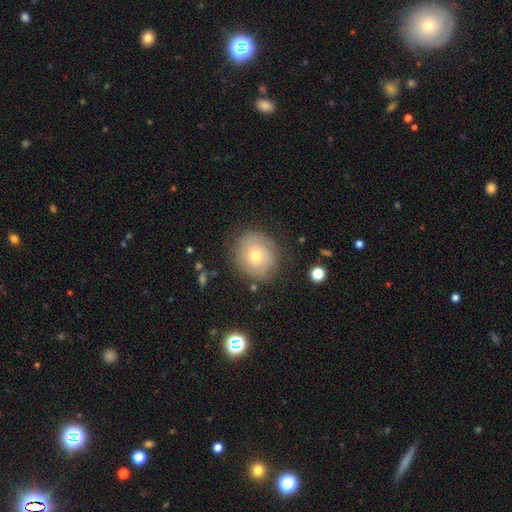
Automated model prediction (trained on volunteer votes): Smooth or featured?
  - featured or disk: 53% *
  - smooth: 38%
  - star or artifact: 9%
Edge-on disk?
  - no: 97% *
  - yes: 3%
Bar?
  - no: 82% *
  - weak: 15%
  - strong: 3%
Spiral arms?
  - yes: 76% *
  - no: 24%
Bulge size?
  - moderate: 55% *
  - small: 40%
  - large: 2%
  - none: 1%
  - dominant: 1%
Merging?
  - none: 80% *
  - minor disturbance: 13%
  - major disturbance: 5%
  - merger: 2%